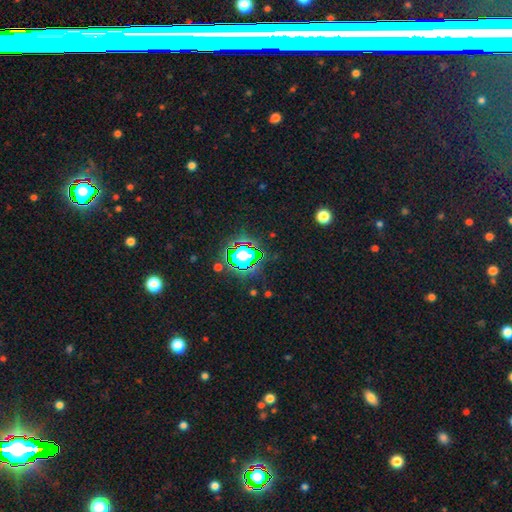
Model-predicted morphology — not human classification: This appears to be a star or artifact, not a galaxy (80%).